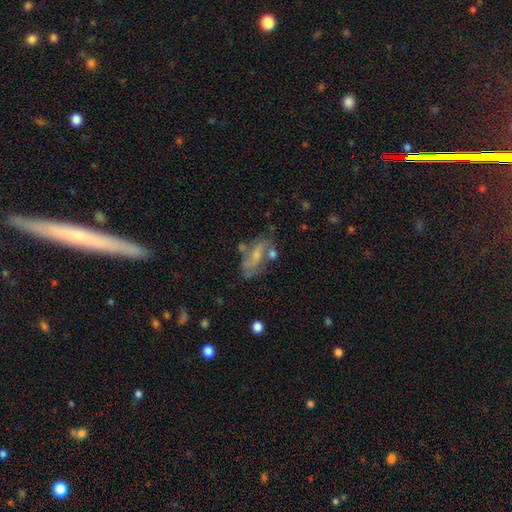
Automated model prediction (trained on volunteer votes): Morphology: type=featured or disk (53%); edge-on=no (89%); merging=none (43%).